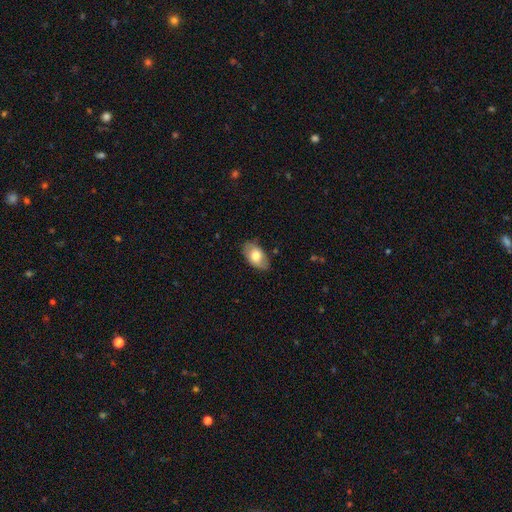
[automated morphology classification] smooth_or_featured: smooth (p=0.74) [alt: featured or disk p=0.20]
how_rounded: in between (p=0.93) [alt: round p=0.05]
merging: none (p=0.79) [alt: minor disturbance p=0.16]